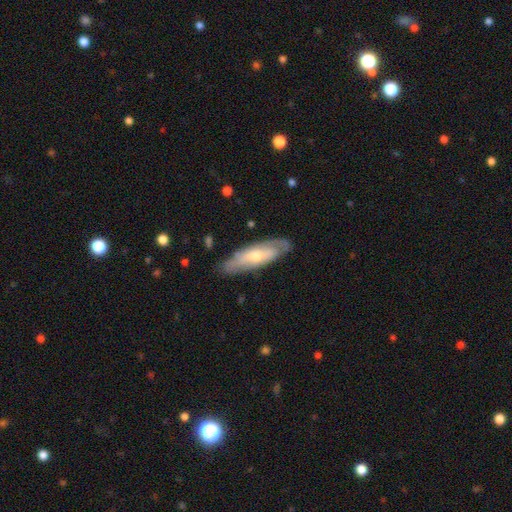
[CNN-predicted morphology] type=featured or disk (56%); edge-on=no (62%); merging=none (79%).